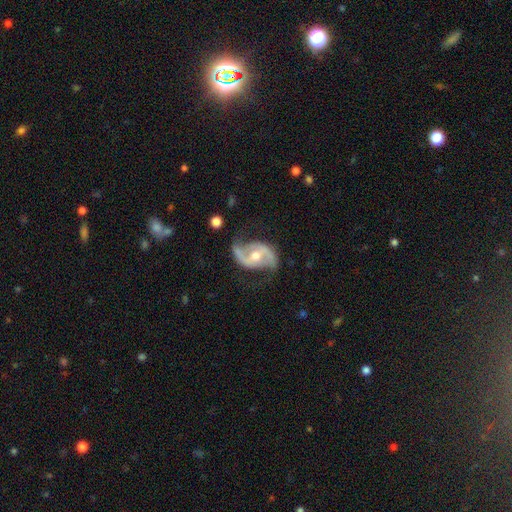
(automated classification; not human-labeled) Overall: featured or disk (89%). Edge-on disk: no (97%). Bar: weak (38%; no 37%). Spiral arms: yes (95%). Spiral arm count: 2 (93%). Spiral winding: loose (52%; medium 37%). Bulge size: moderate (68%). Merging: none (72%).